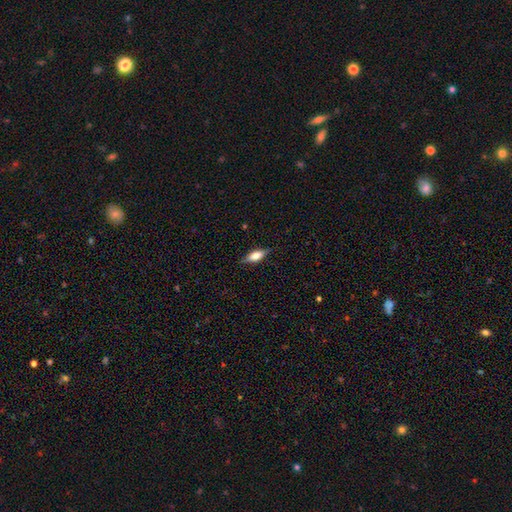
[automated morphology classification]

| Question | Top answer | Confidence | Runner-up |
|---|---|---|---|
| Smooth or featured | smooth | 53% | featured or disk (39%) |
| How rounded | in between | 65% | cigar-shaped (31%) |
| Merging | none | 83% | minor disturbance (13%) |